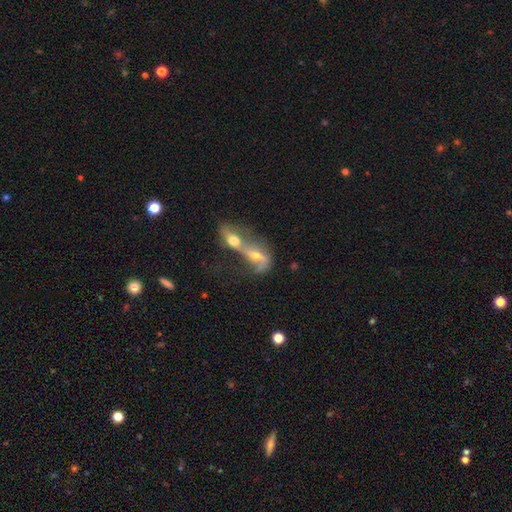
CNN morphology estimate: featured or disk 52%, smooth 36%, star or artifact 12%. Down the decision tree: edge-on disk — no (87%); merging — merger (82%).